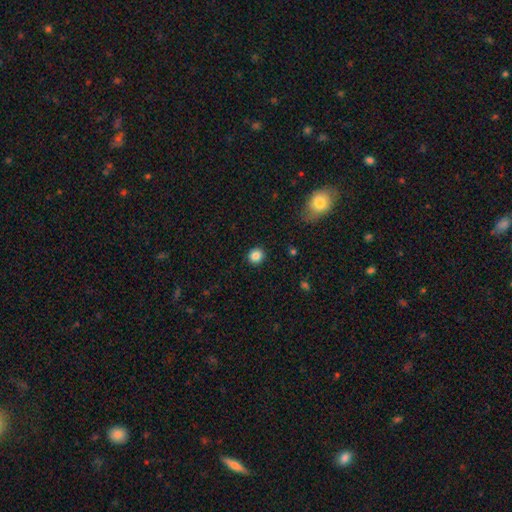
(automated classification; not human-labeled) Morphology: type=smooth (86%); roundness=round (89%); merging=none (91%).